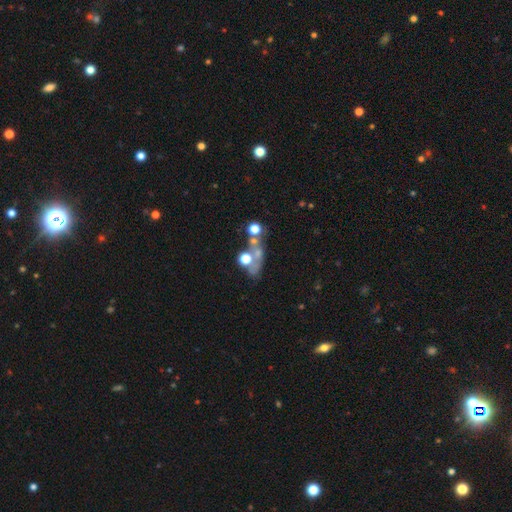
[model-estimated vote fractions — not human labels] smooth-or-featured: smooth: 36% | featured or disk: 35% | star or artifact: 30%
  merging: merger: 36% (tied) | none: 36% (tied) | major disturbance: 16% | minor disturbance: 12%